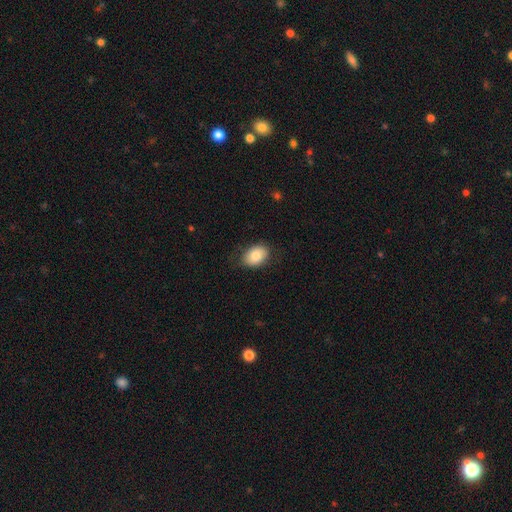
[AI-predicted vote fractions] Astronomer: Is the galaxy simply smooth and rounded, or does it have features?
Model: smooth — 82%.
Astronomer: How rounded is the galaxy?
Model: in between — 77%.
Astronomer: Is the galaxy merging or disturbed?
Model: none — 79%.